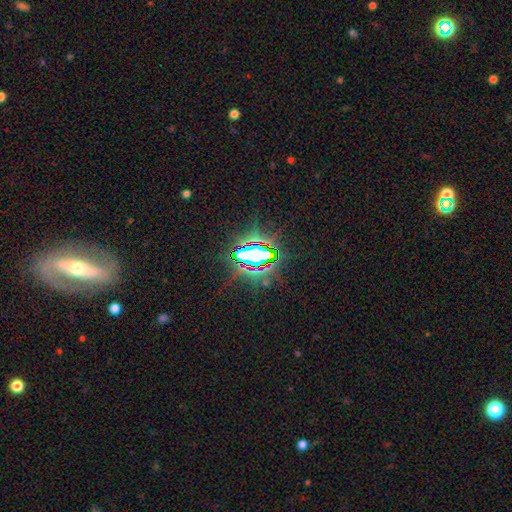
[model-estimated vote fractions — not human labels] smooth_or_featured: star or artifact (p=0.73) [alt: smooth p=0.15]